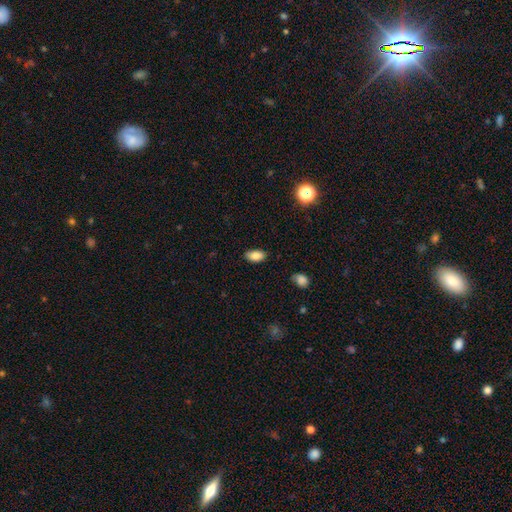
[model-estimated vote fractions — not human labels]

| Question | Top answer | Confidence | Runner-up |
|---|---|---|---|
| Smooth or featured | smooth | 85% | star or artifact (8%) |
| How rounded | in between | 93% | round (4%) |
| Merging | none | 85% | minor disturbance (12%) |